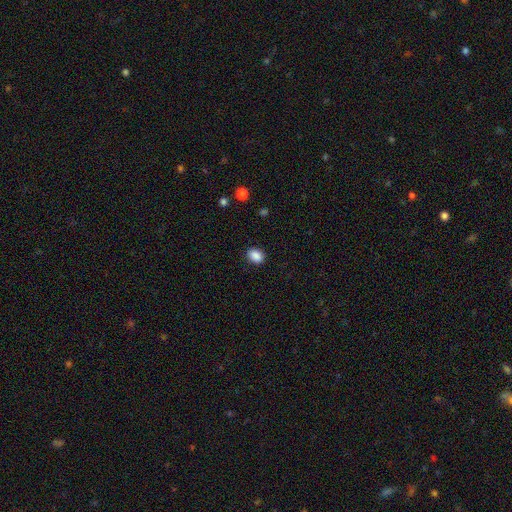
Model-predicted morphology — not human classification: Smooth or featured? smooth (88%)
How rounded? in between (67%)
Merging? none (88%)